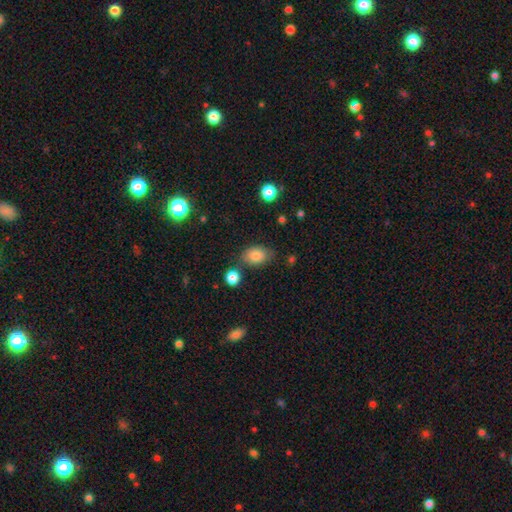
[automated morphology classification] This appears to be a smooth galaxy with no disk features (84%) that is in between round and cigar-shaped (82%). Merging: none (72%).